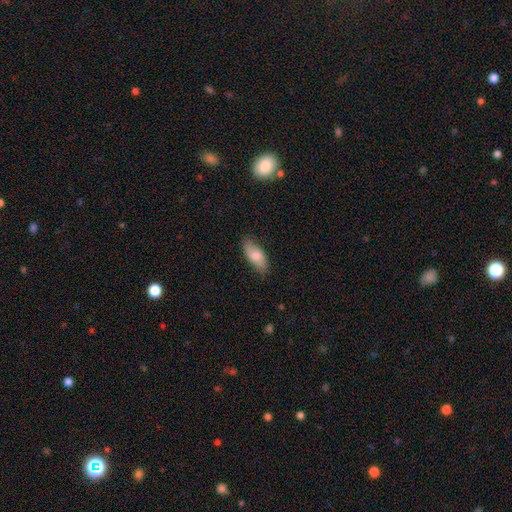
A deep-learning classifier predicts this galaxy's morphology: smooth-or-featured: smooth: 74% | featured or disk: 20% | star or artifact: 6%
  how-rounded: in between: 82% | cigar-shaped: 16% | round: 2%
  merging: none: 78% | minor disturbance: 18% | major disturbance: 3% | merger: 1%